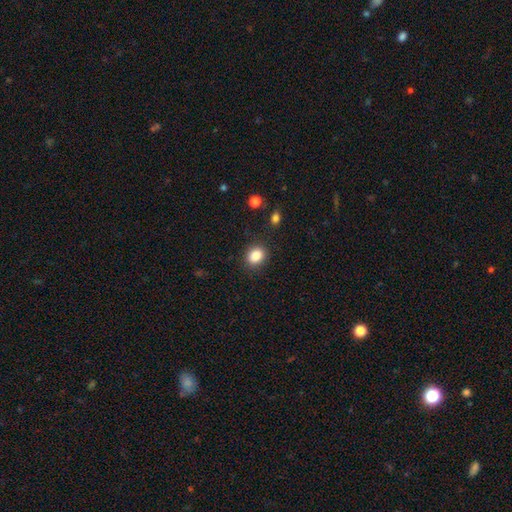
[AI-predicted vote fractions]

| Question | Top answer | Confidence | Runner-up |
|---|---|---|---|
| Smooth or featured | smooth | 87% | star or artifact (9%) |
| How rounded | round | 51% | in between (48%) |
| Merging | none | 86% | minor disturbance (9%) |